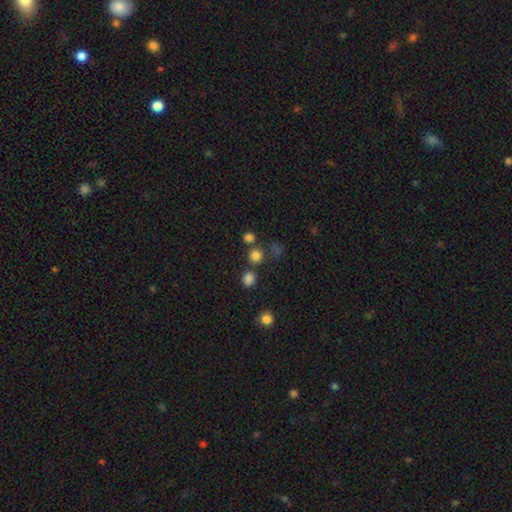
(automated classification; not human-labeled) smooth-or-featured: smooth: 78% | star or artifact: 17% | featured or disk: 5%
  how-rounded: round: 89% | in between: 10% | cigar-shaped: 1%
  merging: none: 73% | merger: 15% | minor disturbance: 8% | major disturbance: 4%